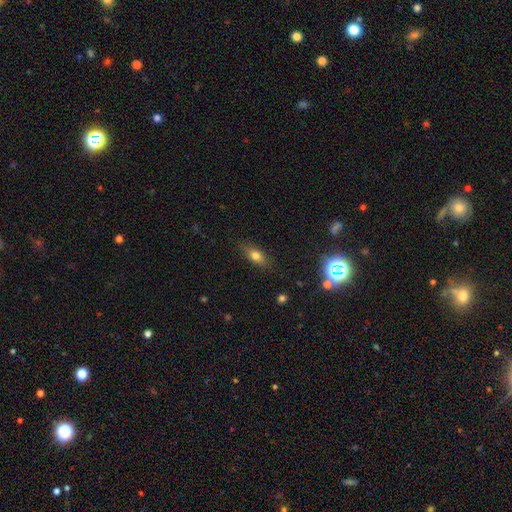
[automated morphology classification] A smooth galaxy with no disk features (71%) that is in between round and cigar-shaped (73%).

Vote fractions:
- Smooth or featured? smooth: 71% / featured or disk: 17% / star or artifact: 12%
- How rounded? in between: 73% / cigar-shaped: 18% / round: 9%
- Merging? none: 83% / minor disturbance: 13% / major disturbance: 3% / merger: 1%